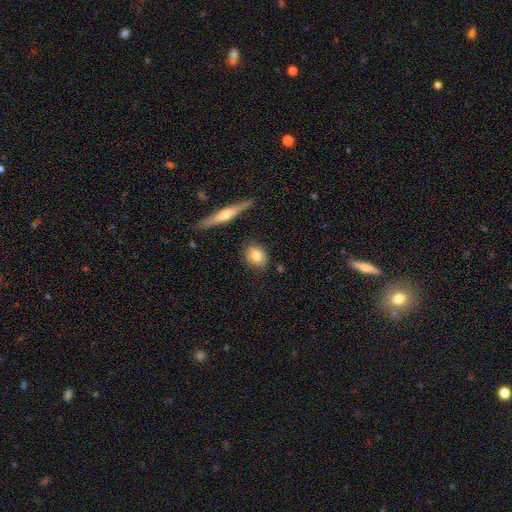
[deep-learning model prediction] Smooth or featured? smooth (75%)
How rounded? round (57%)
Merging? none (83%)